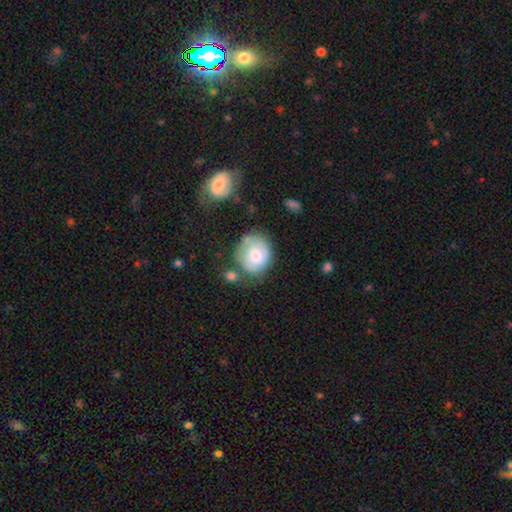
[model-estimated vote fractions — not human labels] This is likely a smooth galaxy (68%). How rounded: likely round (74%). Merging: possibly none (55%).